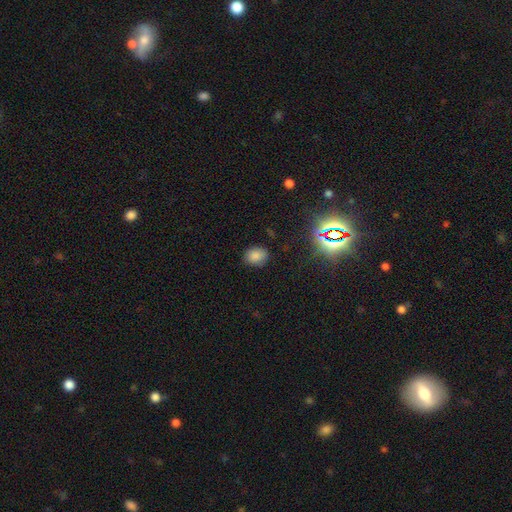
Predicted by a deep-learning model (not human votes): Smooth or featured? smooth (80%)
How rounded? in between (57%)
Merging? none (84%)